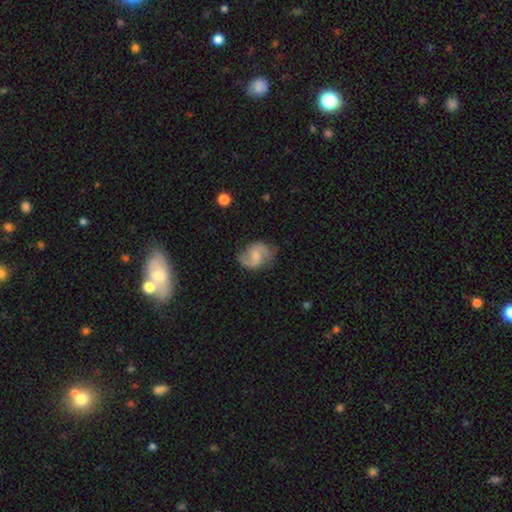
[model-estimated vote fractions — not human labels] This is likely a featured or disk galaxy (73%). It is clearly not viewed edge-on (98%). Bar: possibly weak (49%). Spiral arm pattern: clearly yes (93%). Spiral arm count: clearly 2 (90%). Spiral winding: possibly medium (47%). Central bulge: possibly small (48%). Merging: likely none (73%).